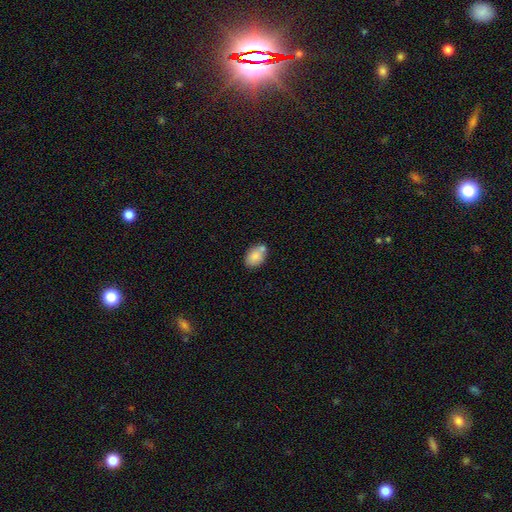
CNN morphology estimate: smooth 81%, featured or disk 12%, star or artifact 7%. Down the decision tree: how rounded — in between (84%); merging — none (58%).